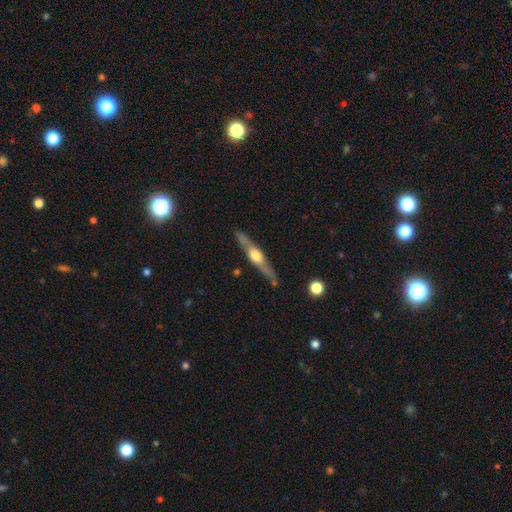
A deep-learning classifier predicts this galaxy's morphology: This appears to be a featured or disk galaxy (72%) viewed edge-on (96%) with a rounded central bulge (91%). Merging: none (85%).